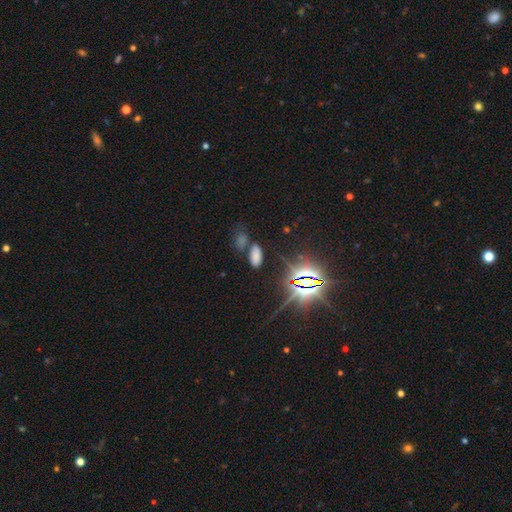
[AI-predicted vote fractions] A smooth galaxy with no disk features (63%) that is in between round and cigar-shaped (87%).

Vote fractions:
- Smooth or featured? smooth: 63% / star or artifact: 29% / featured or disk: 7%
- How rounded? in between: 87% / cigar-shaped: 10% / round: 3%
- Merging? none: 70% / minor disturbance: 13% / merger: 12% / major disturbance: 6%